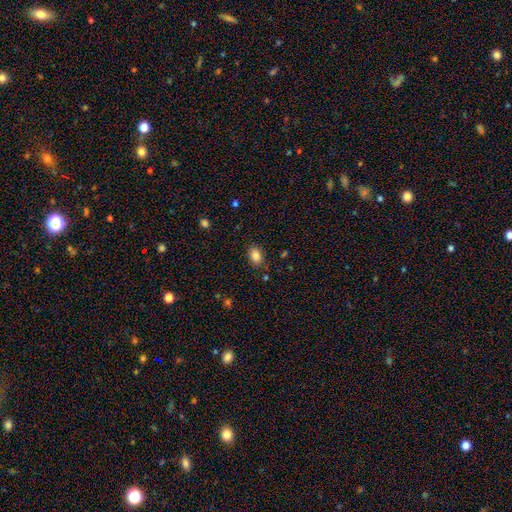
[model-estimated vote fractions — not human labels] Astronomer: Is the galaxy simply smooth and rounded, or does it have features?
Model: smooth — 85%.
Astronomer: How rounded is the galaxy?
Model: in between — 79%.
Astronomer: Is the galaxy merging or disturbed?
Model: none — 84%.